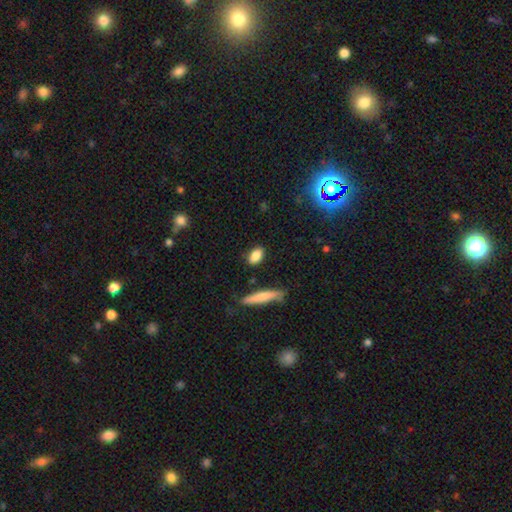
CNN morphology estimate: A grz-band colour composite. It shows a smooth galaxy with no disk features (85%) that is in between round and cigar-shaped (82%). Merging: none (83%).